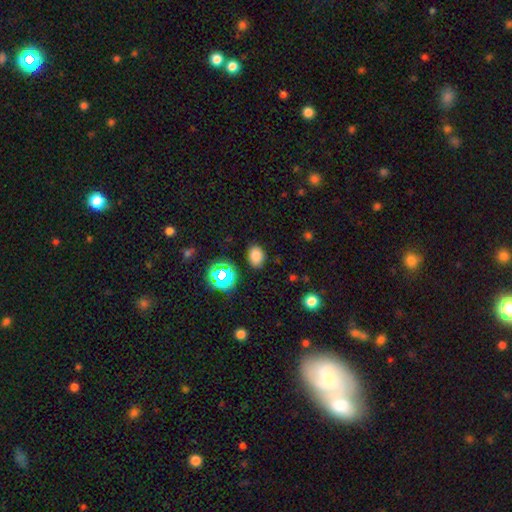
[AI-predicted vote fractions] Smooth or featured? smooth (77%)
How rounded? in between (66%)
Merging? none (84%)